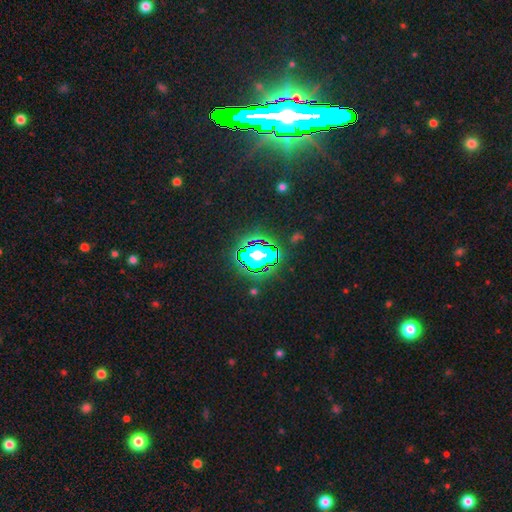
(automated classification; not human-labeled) Smooth or featured? Predicted: star or artifact (p=0.62).